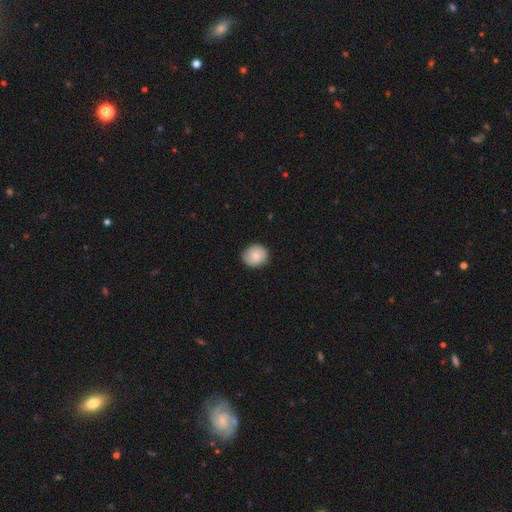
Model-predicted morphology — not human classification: A smooth galaxy with no disk features (75%) that is round (81%). Merging: none (83%).